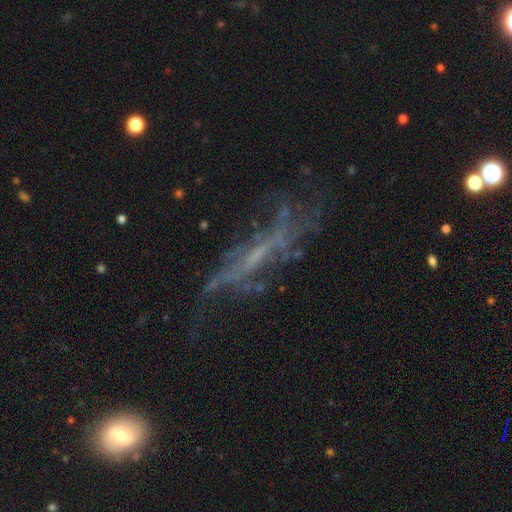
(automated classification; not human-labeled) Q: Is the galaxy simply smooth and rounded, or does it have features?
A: featured or disk — 66%.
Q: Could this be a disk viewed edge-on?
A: no — 64%.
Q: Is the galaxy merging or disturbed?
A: none — 46%.